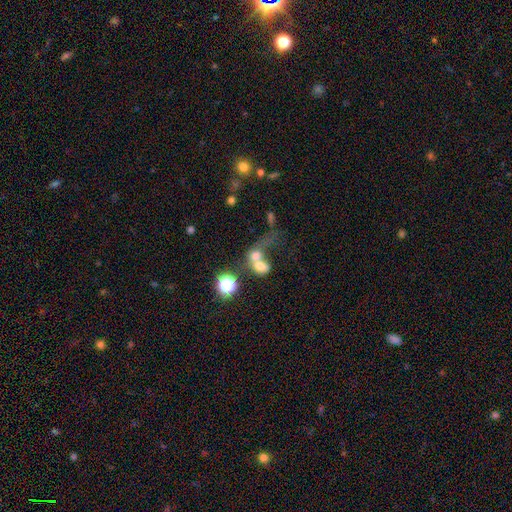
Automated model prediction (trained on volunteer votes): A smooth galaxy with no disk features (60%) that is in between round and cigar-shaped (49%, tied with round). Merging: merger (68%).